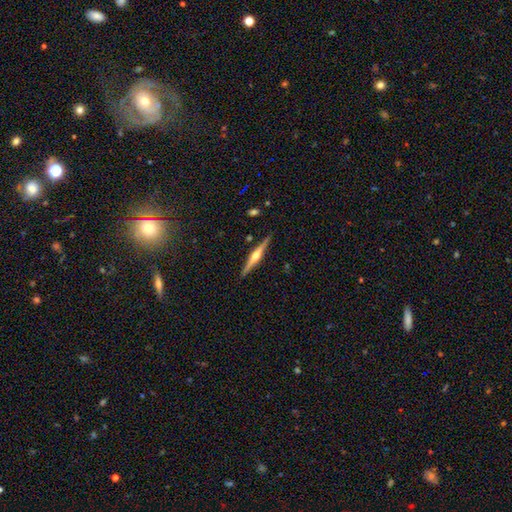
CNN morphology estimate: Smooth or featured?
  - featured or disk: 80% *
  - smooth: 15%
  - star or artifact: 5%
Edge-on disk?
  - yes: 98% *
  - no: 2%
Edge-on bulge?
  - rounded: 93% *
  - boxy: 4%
  - none: 3%
Merging?
  - none: 90% *
  - minor disturbance: 7%
  - merger: 1%
  - major disturbance: 1%